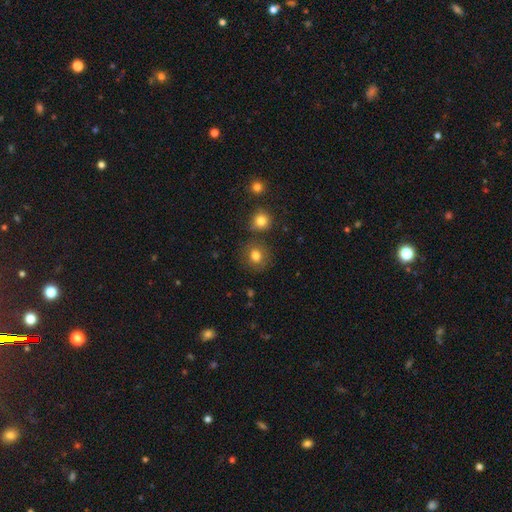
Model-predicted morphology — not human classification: A smooth galaxy with no disk features (80%) that is round (83%). Merging: none (81%).